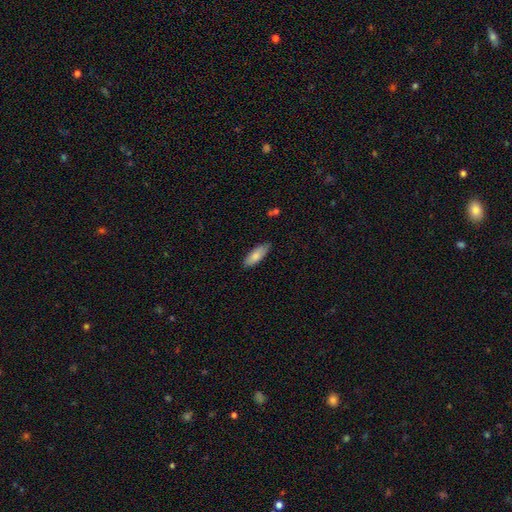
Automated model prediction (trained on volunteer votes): Overall: smooth (82%). How rounded: in between (68%; cigar-shaped 30%). Merging: none (82%).